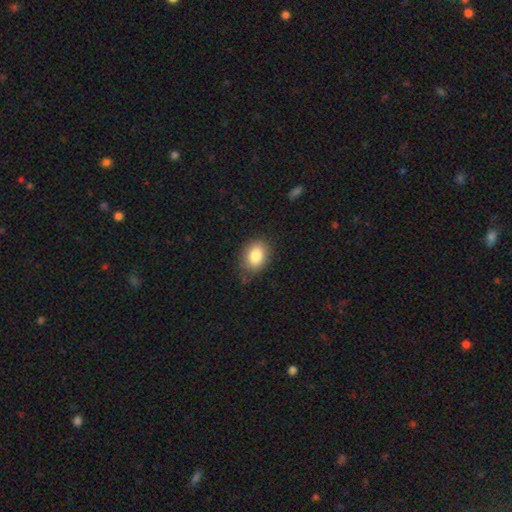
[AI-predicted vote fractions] This is clearly a smooth galaxy (84%). How rounded: likely in between (68%). Merging: likely none (78%).